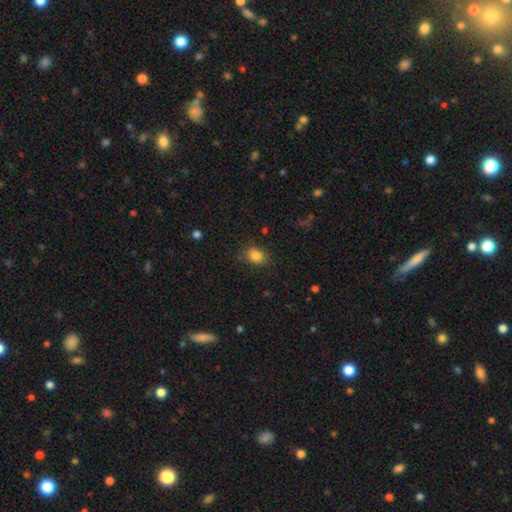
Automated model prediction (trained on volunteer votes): This appears to be a smooth galaxy with no disk features (84%) that is in between round and cigar-shaped (70%). Merging: none (82%).